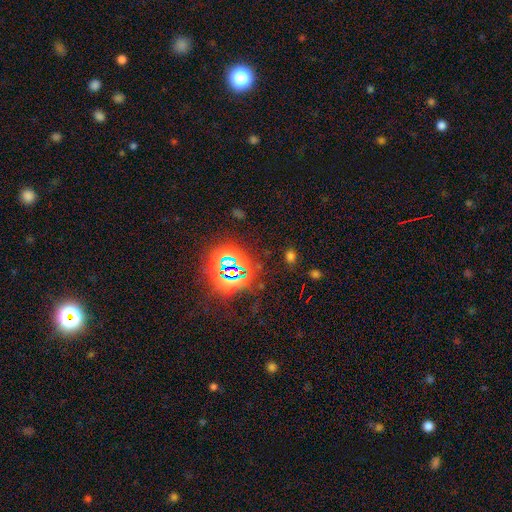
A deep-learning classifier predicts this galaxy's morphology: smooth_or_featured: star or artifact (p=0.79) [alt: smooth p=0.14]